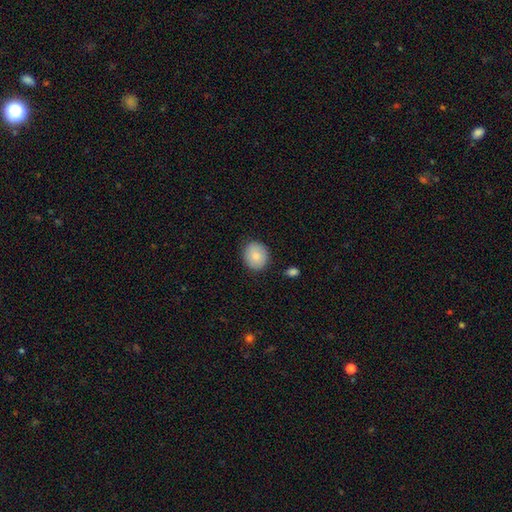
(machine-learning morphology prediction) smooth_or_featured: smooth (p=0.85) [alt: featured or disk p=0.08]
how_rounded: round (p=0.72) [alt: in between p=0.27]
merging: none (p=0.85) [alt: minor disturbance p=0.10]